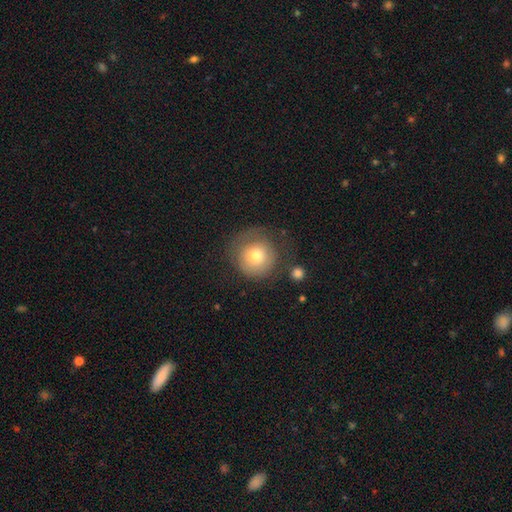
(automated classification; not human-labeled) Q: Smooth or featured?
A: smooth (68%); runner-up: featured or disk (23%)
Q: How rounded?
A: round (93%); runner-up: in between (6%)
Q: Merging?
A: none (61%); runner-up: minor disturbance (20%)